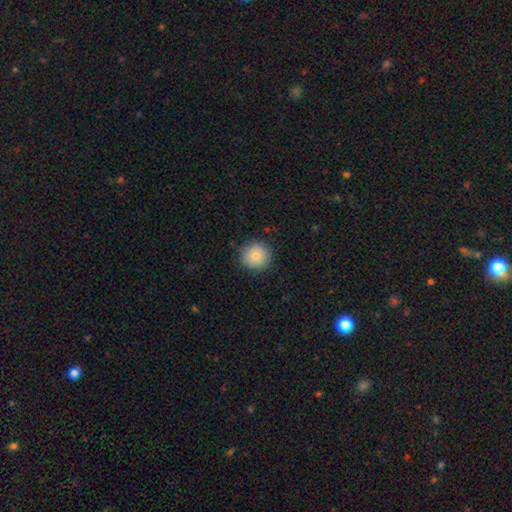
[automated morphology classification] Smooth or featured: smooth — 84% (star or artifact — 8%)
How rounded: round — 94% (in between — 5%)
Merging: none — 90% (minor disturbance — 7%)